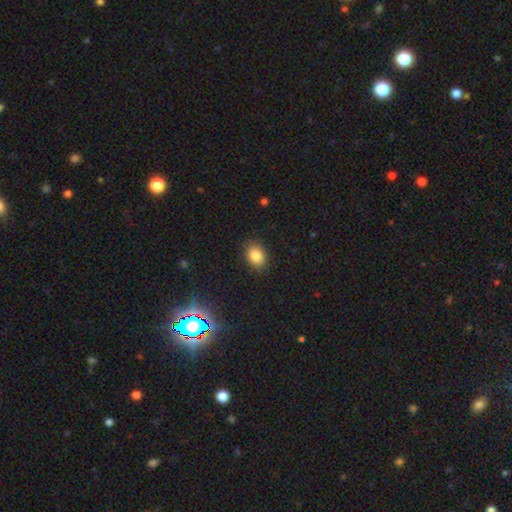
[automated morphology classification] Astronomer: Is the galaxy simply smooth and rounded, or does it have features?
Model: smooth — 84%.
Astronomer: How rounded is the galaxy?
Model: in between — 62%.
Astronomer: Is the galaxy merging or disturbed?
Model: none — 86%.